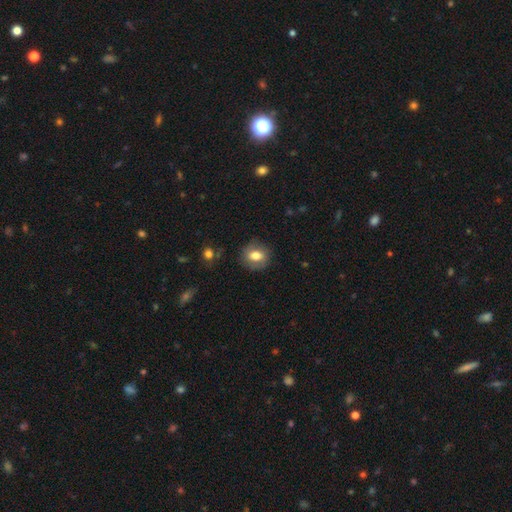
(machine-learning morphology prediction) Overall: smooth (71%). How rounded: round (59%; in between 40%). Merging: none (81%).